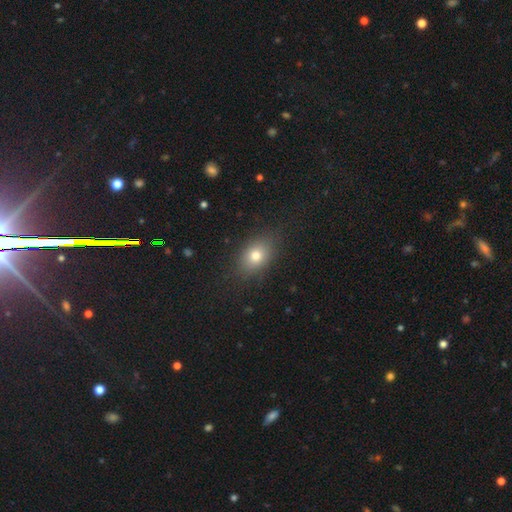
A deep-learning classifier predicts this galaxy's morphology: This appears to be a smooth galaxy with no disk features (76%) that is in between round and cigar-shaped (74%). Merging: none (83%).